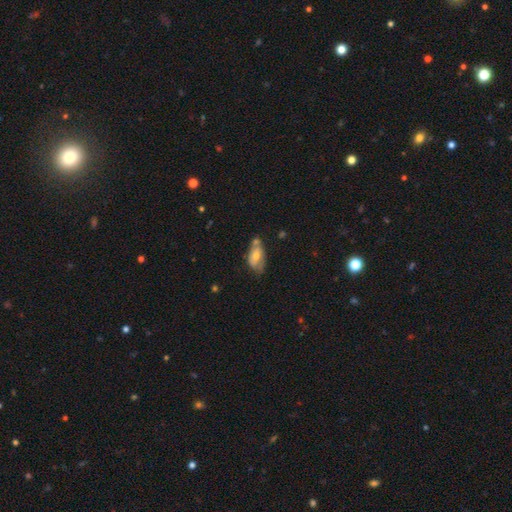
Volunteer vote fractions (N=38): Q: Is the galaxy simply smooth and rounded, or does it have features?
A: smooth — 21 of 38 (55%).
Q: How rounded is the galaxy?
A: in between — 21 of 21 (100%).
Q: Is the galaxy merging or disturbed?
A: minor disturbance — 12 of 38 (32%).